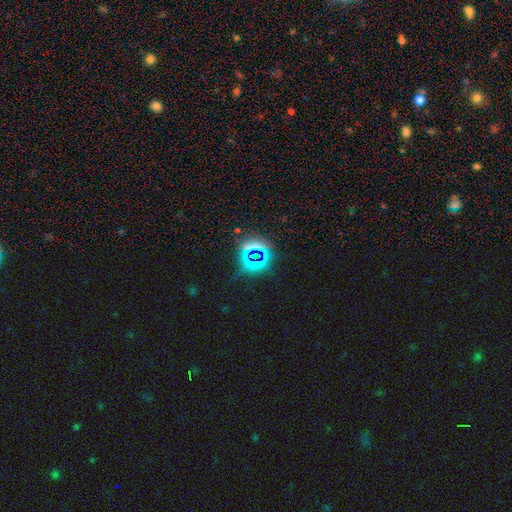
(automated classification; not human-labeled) Smooth or featured?
  - star or artifact: 74% *
  - smooth: 18%
  - featured or disk: 8%